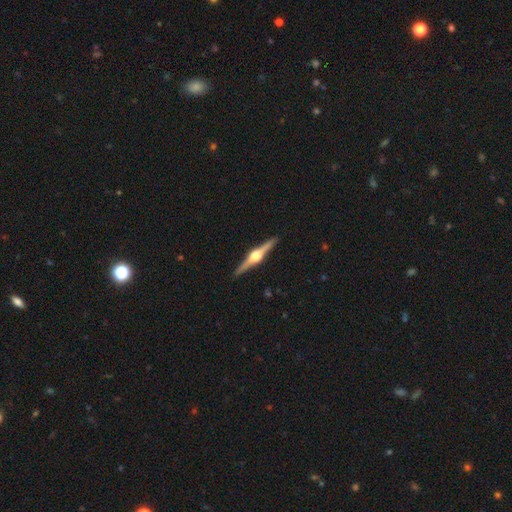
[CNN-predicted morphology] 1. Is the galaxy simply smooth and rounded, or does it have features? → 87% featured or disk, 9% smooth, 4% star or artifact.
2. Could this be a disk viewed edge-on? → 99% yes, 1% no.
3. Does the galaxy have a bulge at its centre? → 96% rounded, 3% boxy, 1% none.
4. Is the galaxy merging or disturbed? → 92% none, 6% minor disturbance, 1% major disturbance, 1% merger.